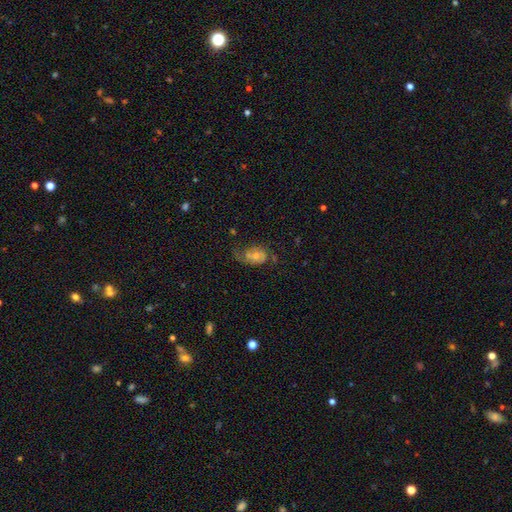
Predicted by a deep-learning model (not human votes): Smooth or featured? smooth (48%)
Merging? major disturbance (34%)